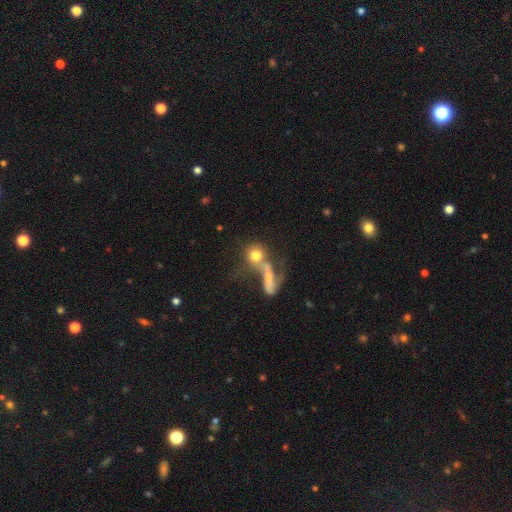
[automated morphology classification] smooth 67%, featured or disk 22%, star or artifact 11%. Down the decision tree: how rounded — round (70%); merging — merger (55%).